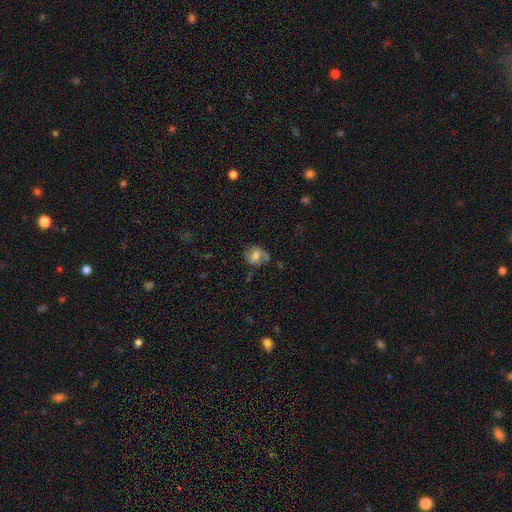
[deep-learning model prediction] This appears to be a smooth galaxy with no disk features (53%) that is round (51%). Merging: none (49%).